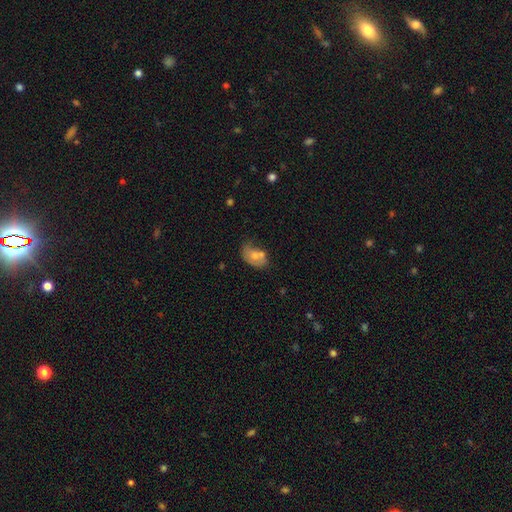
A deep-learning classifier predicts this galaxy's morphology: Smooth or featured?
  - smooth: 66% *
  - featured or disk: 26%
  - star or artifact: 8%
How rounded?
  - in between: 84% *
  - round: 15%
  - cigar-shaped: 1%
Merging?
  - none: 38% *
  - minor disturbance: 26%
  - merger: 26%
  - major disturbance: 10%